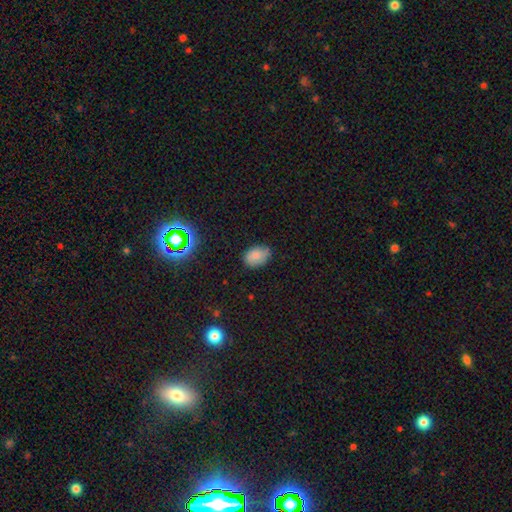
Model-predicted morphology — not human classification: smooth-or-featured: smooth: 81% | star or artifact: 10% | featured or disk: 9%
  how-rounded: in between: 83% | round: 16% | cigar-shaped: 1%
  merging: none: 73% | minor disturbance: 22% | major disturbance: 4% | merger: 1%